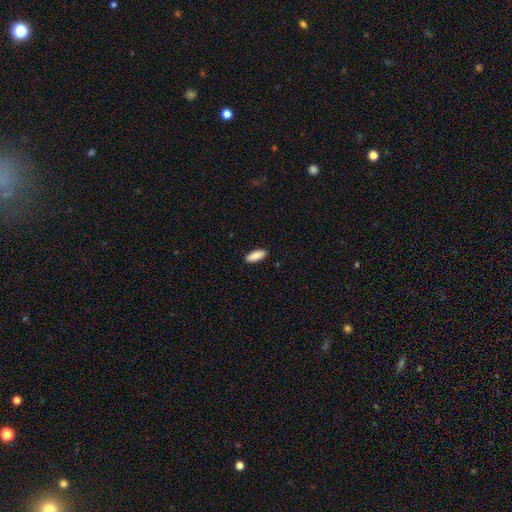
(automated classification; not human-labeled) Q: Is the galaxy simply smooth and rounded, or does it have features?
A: smooth — 89%.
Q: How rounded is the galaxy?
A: in between — 76%.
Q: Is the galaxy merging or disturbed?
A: none — 90%.